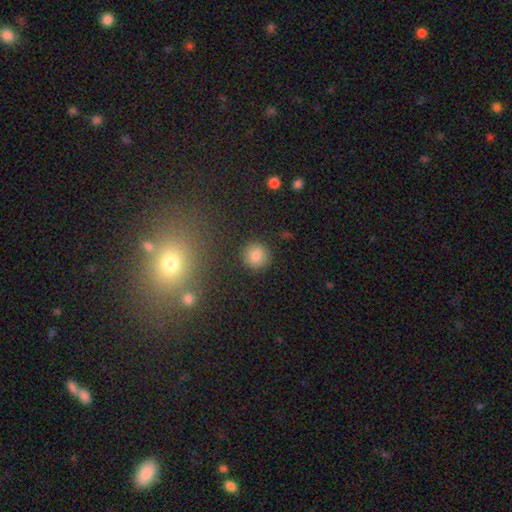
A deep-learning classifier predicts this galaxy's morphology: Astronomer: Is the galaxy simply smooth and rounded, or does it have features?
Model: smooth — 81%.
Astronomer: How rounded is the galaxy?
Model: round — 93%.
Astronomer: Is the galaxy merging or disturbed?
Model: none — 90%.